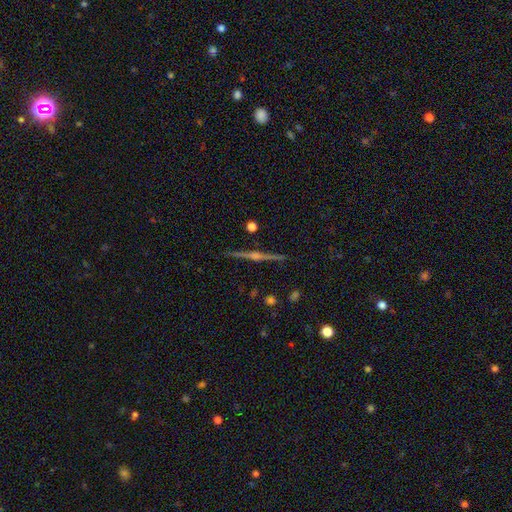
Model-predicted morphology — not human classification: Smooth or featured? featured or disk (76%)
Edge-on disk? yes (96%)
Edge-on bulge? rounded (84%)
Merging? none (88%)